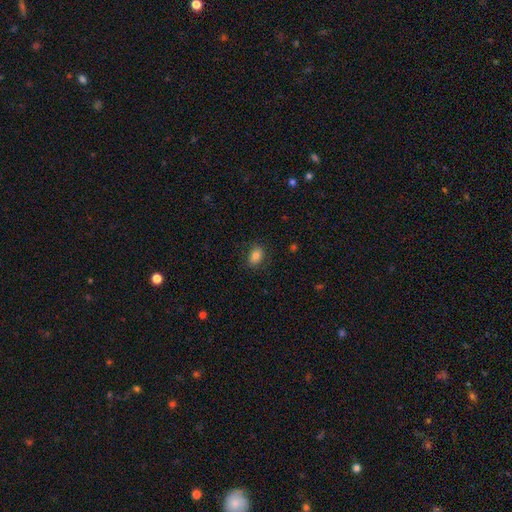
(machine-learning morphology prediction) type=smooth (82%); roundness=in between (79%); merging=none (85%).